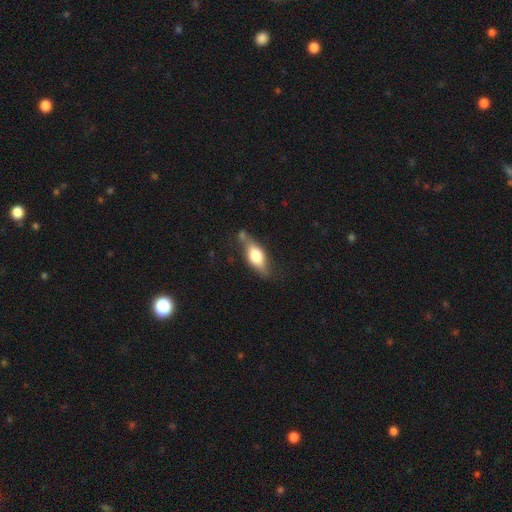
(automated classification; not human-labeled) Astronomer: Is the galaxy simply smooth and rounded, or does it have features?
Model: smooth — 55% (runner-up: featured or disk, 38%).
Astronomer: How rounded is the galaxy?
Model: in between — 69%.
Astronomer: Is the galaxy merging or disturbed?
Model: none — 58%.